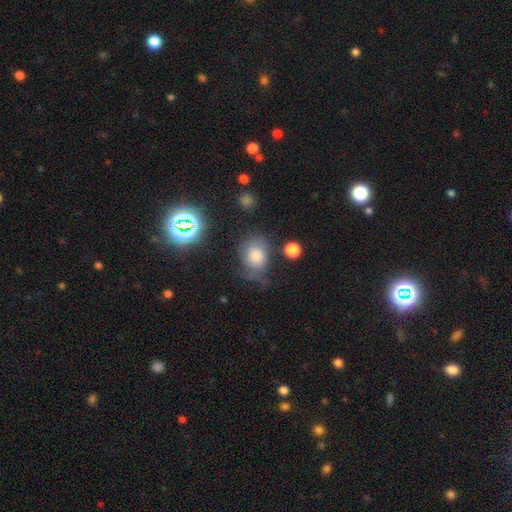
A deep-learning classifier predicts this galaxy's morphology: Smooth or featured: smooth — 67% (star or artifact — 18%)
How rounded: in between — 54% (round — 44%)
Merging: none — 51% (minor disturbance — 30%)